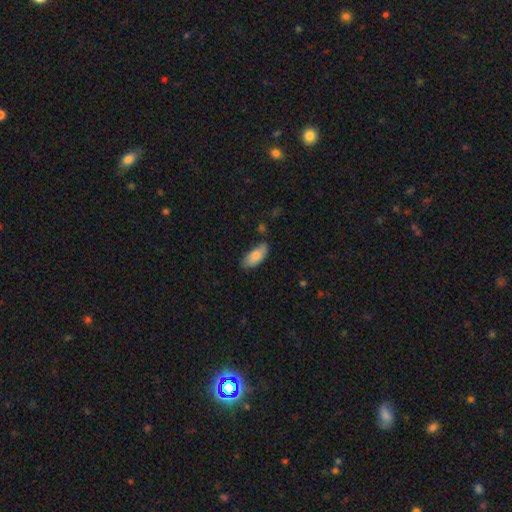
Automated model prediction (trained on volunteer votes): A smooth galaxy with no disk features (83%) that is in between round and cigar-shaped (89%). Merging: none (68%).